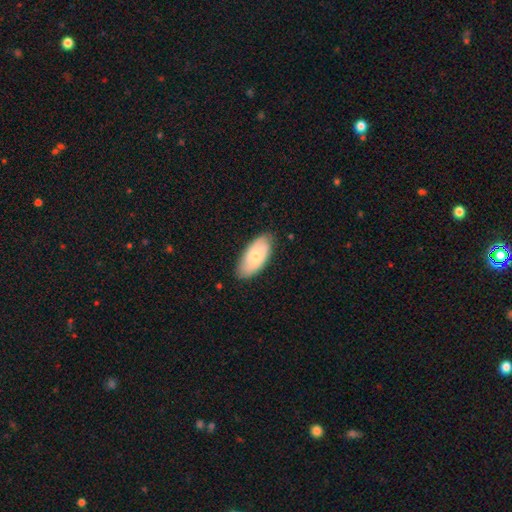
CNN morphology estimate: Overall: smooth (64%; featured or disk 30%). How rounded: in between (92%). Merging: none (81%).